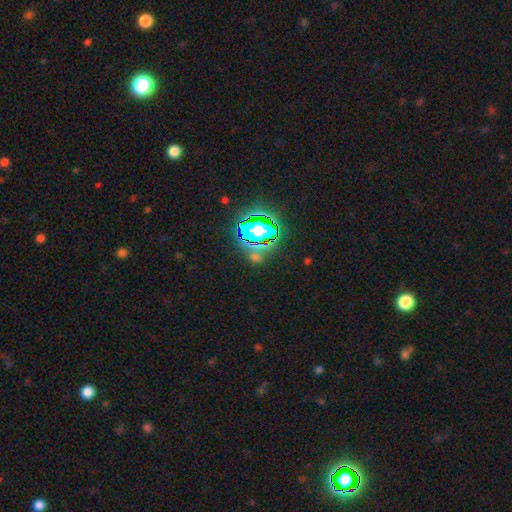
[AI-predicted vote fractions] The model was most divided on "smooth or featured": star or artifact: 62%, smooth: 27%, featured or disk: 11%.